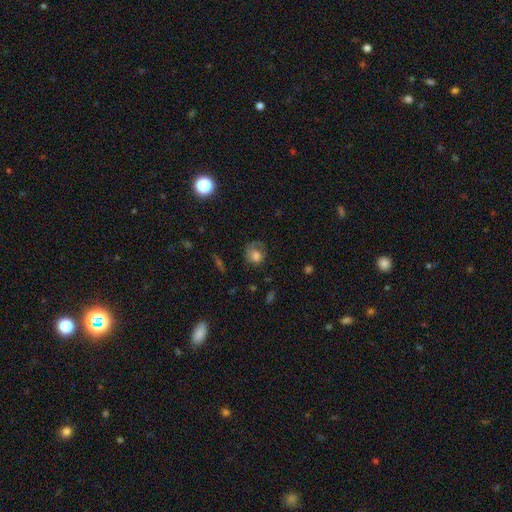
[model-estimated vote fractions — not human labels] Overall: smooth (68%). How rounded: round (72%). Merging: none (51%; minor disturbance 27%).